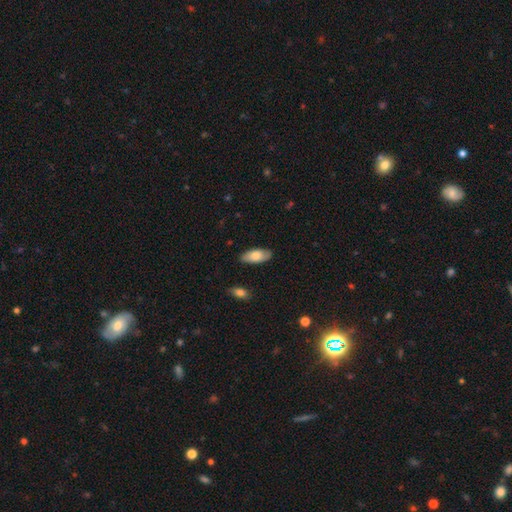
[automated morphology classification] This is likely a smooth galaxy (75%). How rounded: clearly in between (89%). Merging: clearly none (82%).